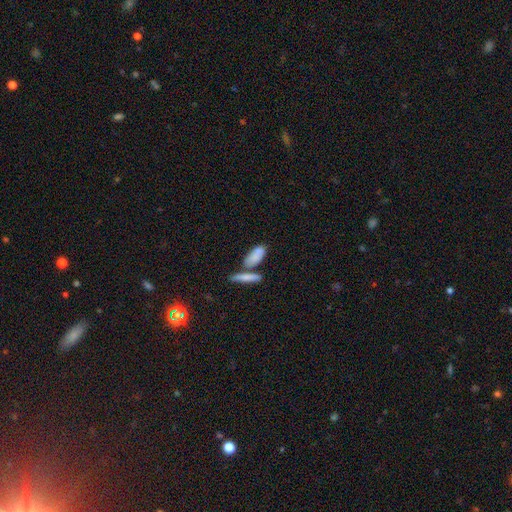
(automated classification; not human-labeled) A smooth galaxy with no disk features (80%) that is in between round and cigar-shaped (69%). Merging: none (49%).